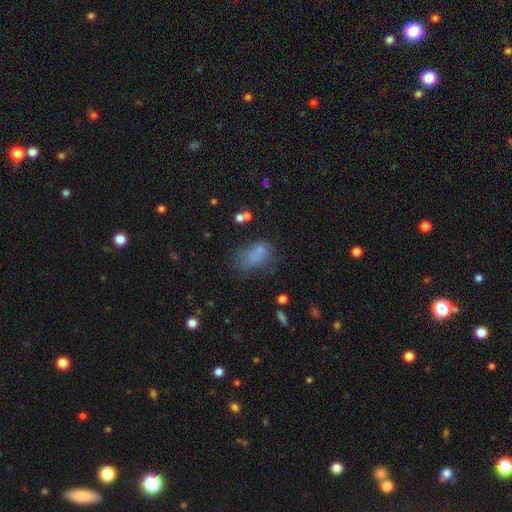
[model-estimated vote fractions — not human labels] smooth-or-featured: smooth: 68% | star or artifact: 20% | featured or disk: 12%
  how-rounded: in between: 80% | round: 17% | cigar-shaped: 3%
  merging: none: 48% | minor disturbance: 24% | major disturbance: 17% | merger: 11%